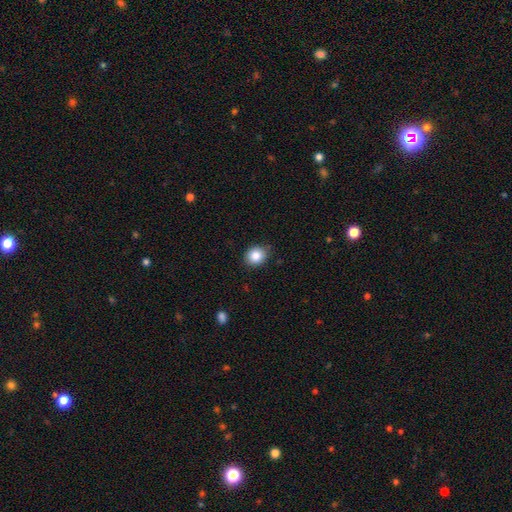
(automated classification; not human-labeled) Morphology: type=smooth (85%); roundness=round (70%); merging=none (84%).